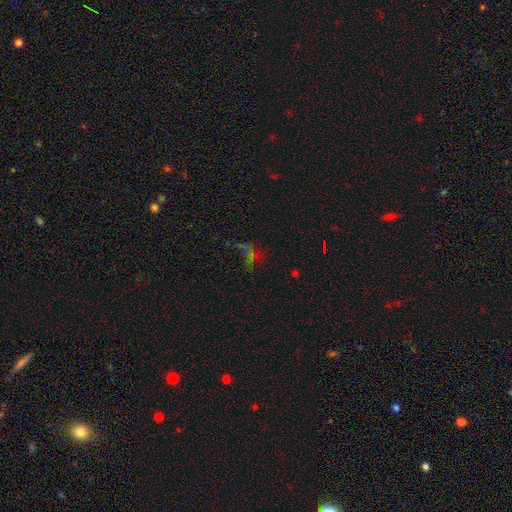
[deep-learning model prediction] This appears to be a star or artifact, not a galaxy (54%).